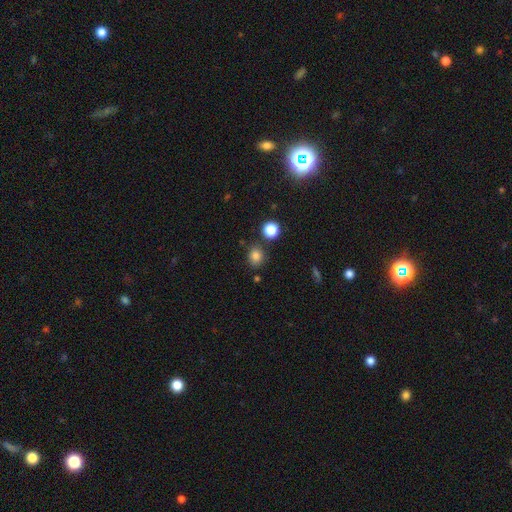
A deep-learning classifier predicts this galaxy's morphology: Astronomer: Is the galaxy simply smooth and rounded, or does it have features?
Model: smooth — 82%.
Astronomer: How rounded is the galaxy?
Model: round — 67%.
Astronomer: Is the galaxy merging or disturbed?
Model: none — 80%.